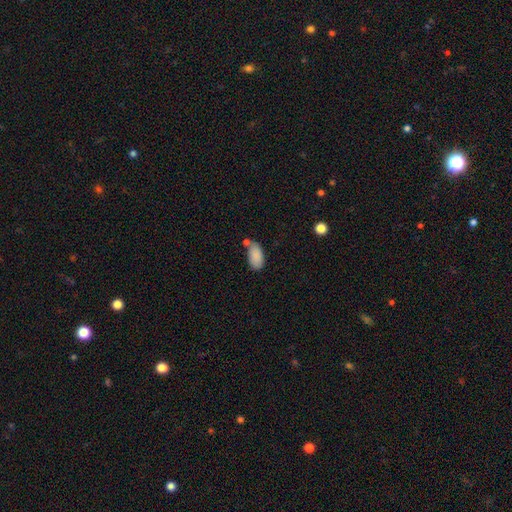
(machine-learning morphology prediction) Smooth or featured: smooth — 87% (star or artifact — 7%)
How rounded: in between — 94% (round — 3%)
Merging: none — 54% (minor disturbance — 20%)